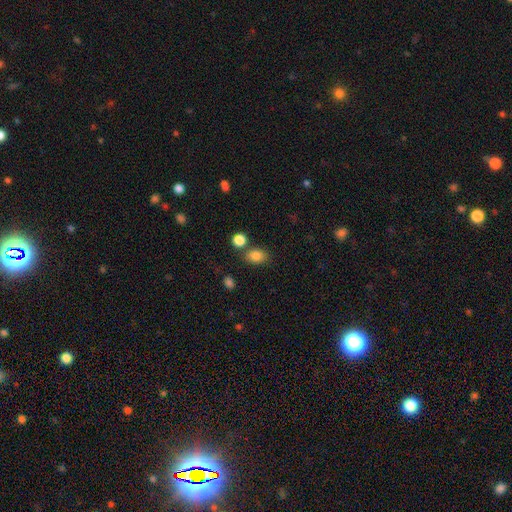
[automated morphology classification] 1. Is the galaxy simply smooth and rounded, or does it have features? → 84% smooth, 11% star or artifact, 5% featured or disk.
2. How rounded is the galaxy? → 66% in between, 33% round, 1% cigar-shaped.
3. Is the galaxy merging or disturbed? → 71% none, 13% merger, 12% minor disturbance, 4% major disturbance.